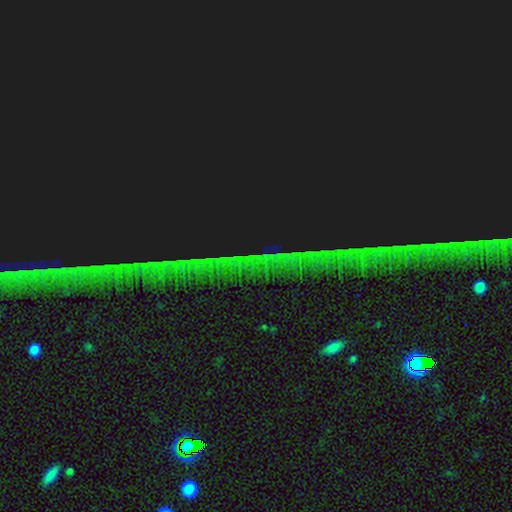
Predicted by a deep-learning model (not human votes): This appears to be a star or artifact, not a galaxy (86%).